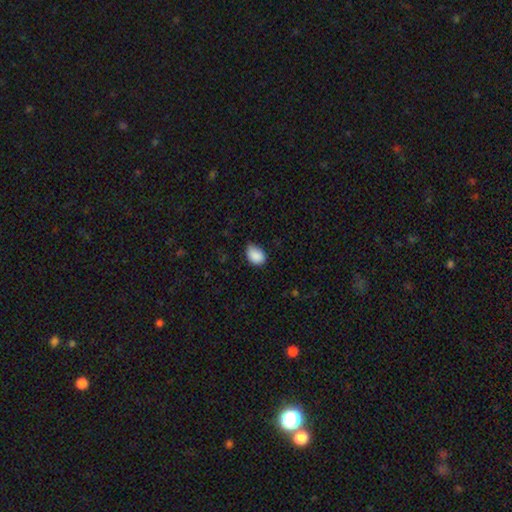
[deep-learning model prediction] The model was most divided on "merging": none: 60%, minor disturbance: 34%, major disturbance: 5%, merger: 1%. More confident: smooth or featured — smooth (88%); how rounded — in between (83%).